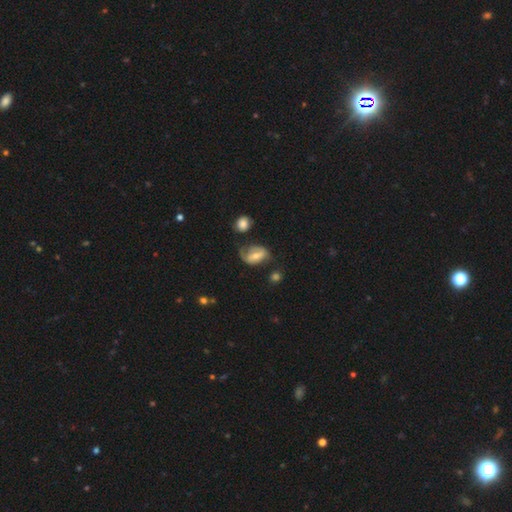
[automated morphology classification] Smooth or featured? featured or disk (47%)
Merging? none (48%)